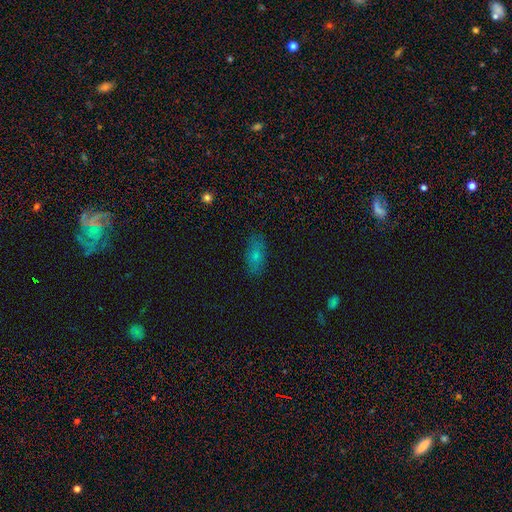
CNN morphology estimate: Q: Smooth or featured?
A: smooth (73%); runner-up: featured or disk (16%)
Q: How rounded?
A: in between (83%); runner-up: cigar-shaped (13%)
Q: Merging?
A: none (83%); runner-up: minor disturbance (13%)